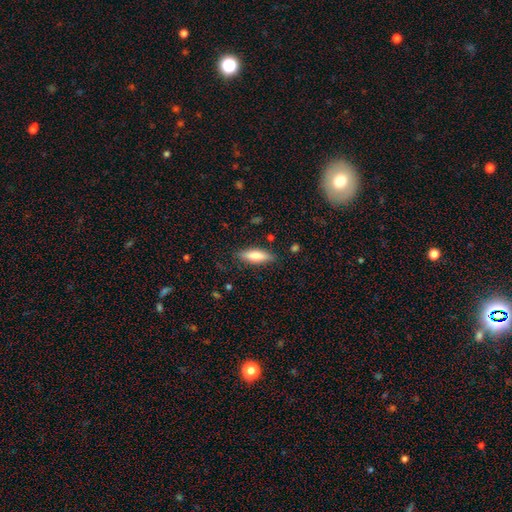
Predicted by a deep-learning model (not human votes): A smooth galaxy with no disk features (76%) that is in between round and cigar-shaped (50%).

Vote fractions:
- Smooth or featured? smooth: 76% / featured or disk: 18% / star or artifact: 6%
- How rounded? in between: 50% / cigar-shaped: 48% / round: 2%
- Merging? none: 83% / minor disturbance: 12% / major disturbance: 3% / merger: 2%